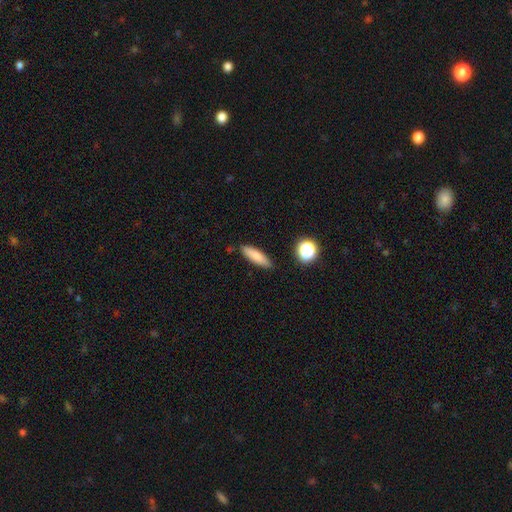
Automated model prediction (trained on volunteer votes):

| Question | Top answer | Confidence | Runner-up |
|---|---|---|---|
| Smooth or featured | smooth | 81% | featured or disk (11%) |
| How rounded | cigar-shaped | 67% | in between (31%) |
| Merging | none | 86% | minor disturbance (9%) |